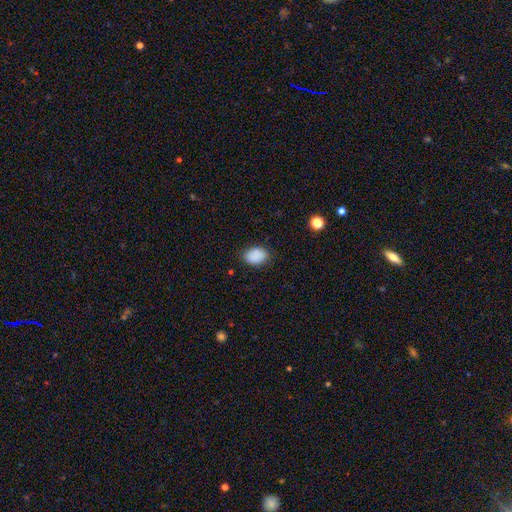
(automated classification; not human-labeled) smooth 88%, star or artifact 8%, featured or disk 5%. Down the decision tree: how rounded — in between (81%); merging — none (83%).